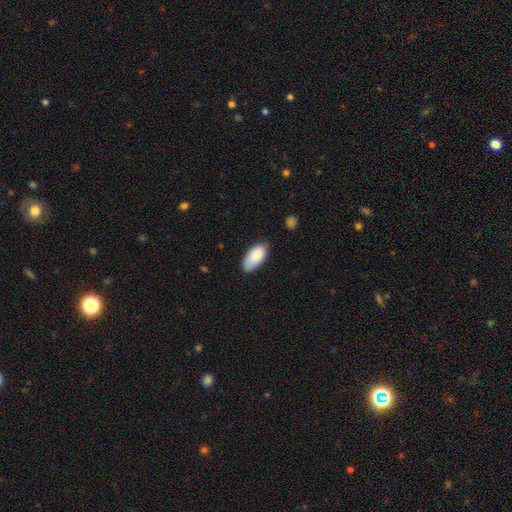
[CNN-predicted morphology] smooth-or-featured: smooth: 87% | featured or disk: 6% | star or artifact: 6%
  how-rounded: in between: 94% | cigar-shaped: 5% | round: 2%
  merging: none: 69% | minor disturbance: 25% | major disturbance: 4% | merger: 2%